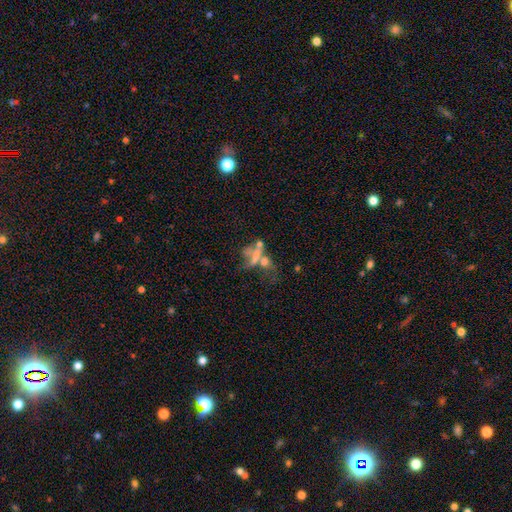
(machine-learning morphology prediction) Smooth or featured: smooth — 37% (tied with featured or disk — 37%)
Merging: merger — 41% (major disturbance — 25%)